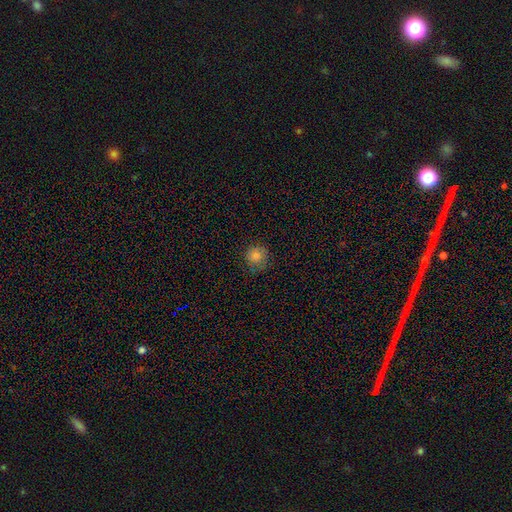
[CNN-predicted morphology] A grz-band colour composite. It shows a smooth galaxy with no disk features (81%) that is round (93%). Merging: none (81%).